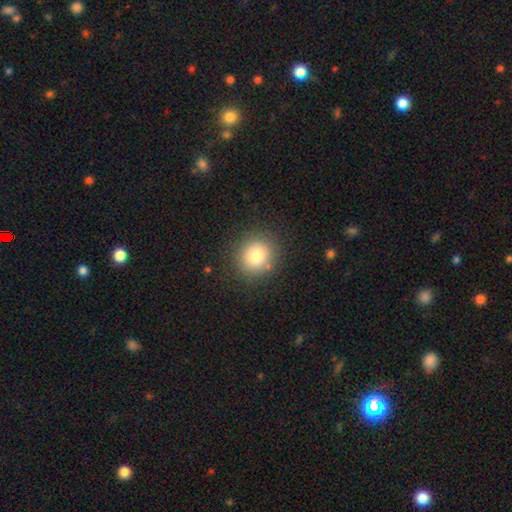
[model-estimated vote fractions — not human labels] smooth_or_featured: smooth (p=0.80) [alt: star or artifact p=0.11]
how_rounded: round (p=0.86) [alt: in between p=0.14]
merging: none (p=0.86) [alt: minor disturbance p=0.09]